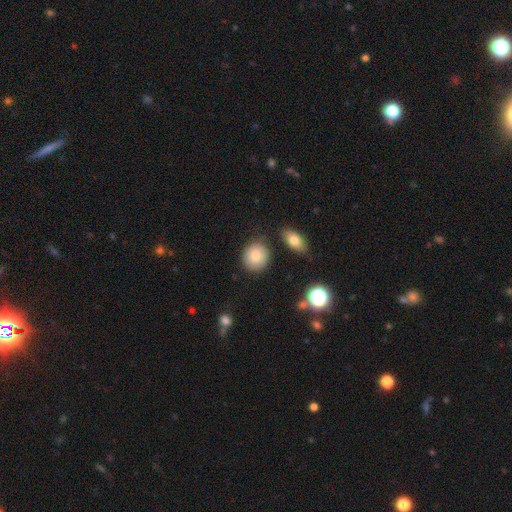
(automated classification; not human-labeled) Smooth or featured? smooth (85%)
How rounded? round (79%)
Merging? none (80%)